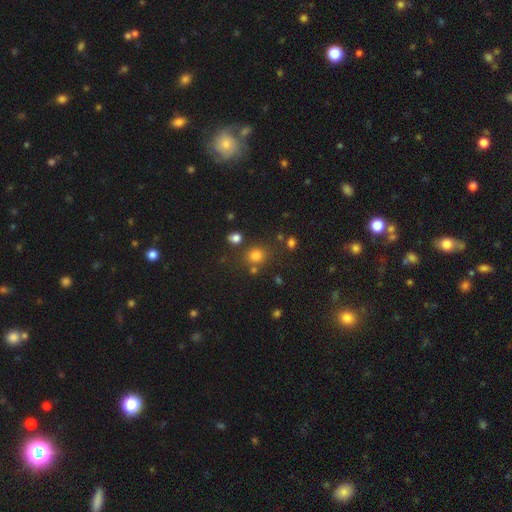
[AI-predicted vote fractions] A smooth galaxy with no disk features (76%) that is round (80%).

Vote fractions:
- Smooth or featured? smooth: 76% / star or artifact: 17% / featured or disk: 7%
- How rounded? round: 80% / in between: 19% / cigar-shaped: 1%
- Merging? none: 74% / merger: 11% / minor disturbance: 10% / major disturbance: 4%